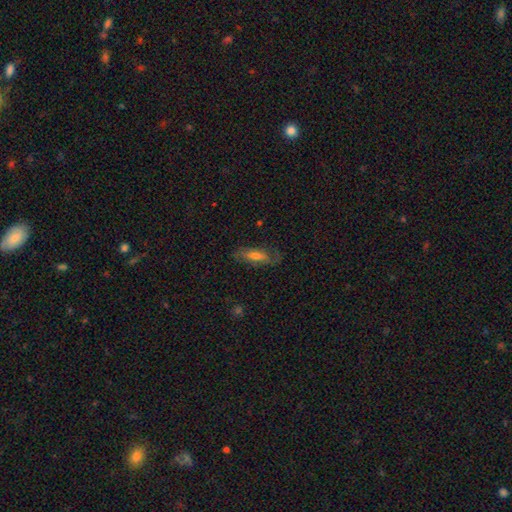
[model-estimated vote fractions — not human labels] Smooth or featured? smooth (53%)
How rounded? in between (58%)
Merging? none (70%)